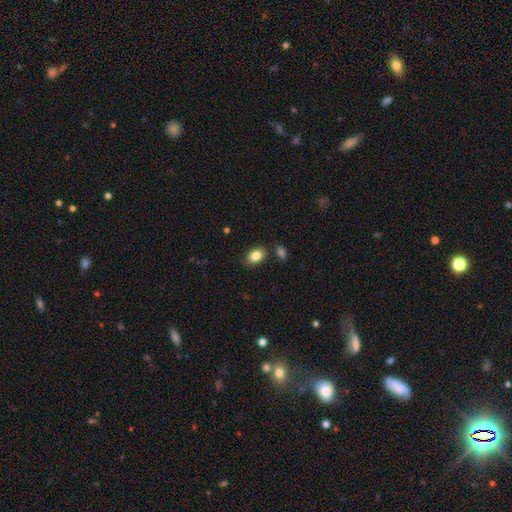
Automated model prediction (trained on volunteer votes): smooth_or_featured: smooth (p=0.85) [alt: star or artifact p=0.08]
how_rounded: in between (p=0.80) [alt: round p=0.18]
merging: none (p=0.81) [alt: minor disturbance p=0.11]